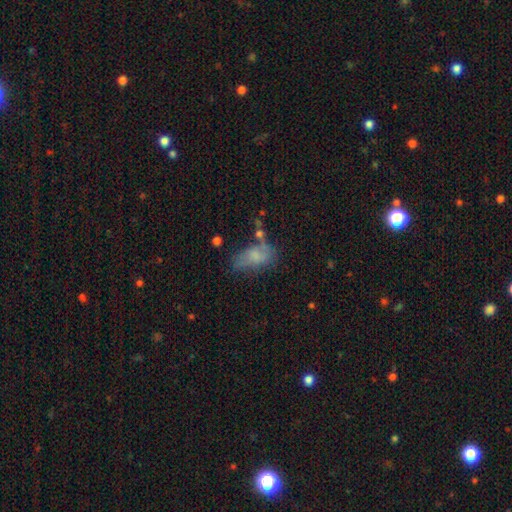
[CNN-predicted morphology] This is likely a smooth galaxy (64%). How rounded: clearly in between (86%). Merging: marginally none (35%).